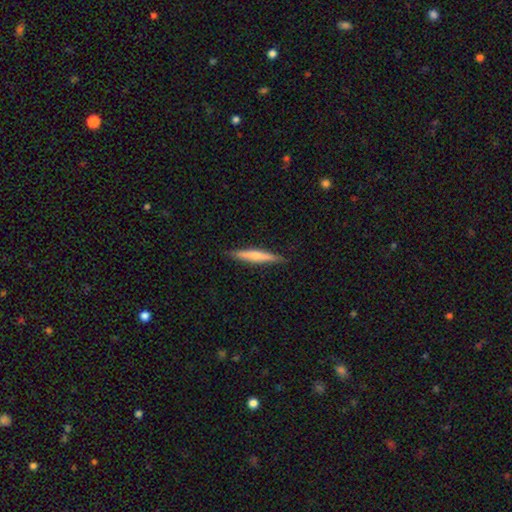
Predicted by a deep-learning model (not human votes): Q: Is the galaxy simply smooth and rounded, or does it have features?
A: smooth — 50%.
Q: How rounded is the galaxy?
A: cigar-shaped — 93%.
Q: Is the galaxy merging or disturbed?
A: none — 89%.